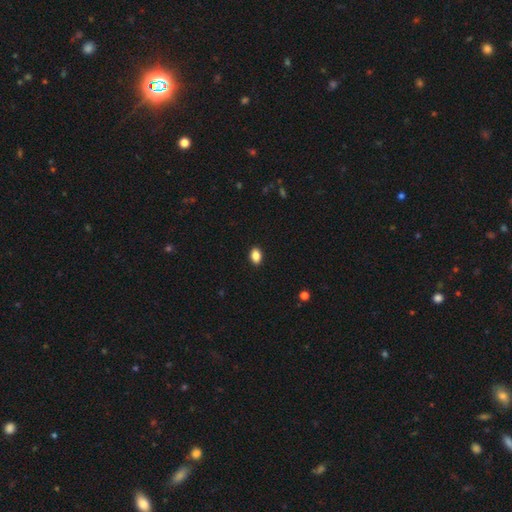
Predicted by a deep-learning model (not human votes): Smooth or featured? Predicted: smooth (p=0.87). How rounded? Predicted: in between (p=0.83). Merging? Predicted: none (p=0.90).